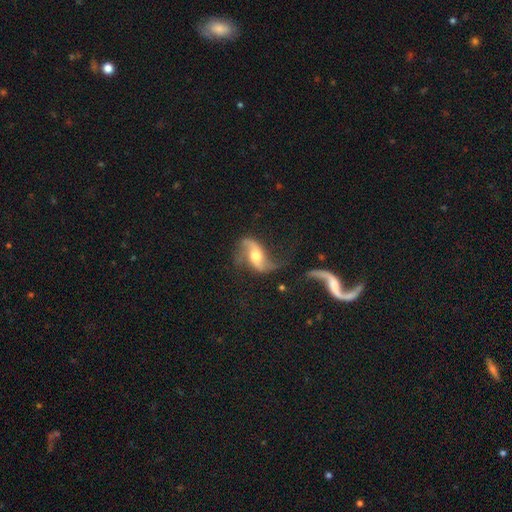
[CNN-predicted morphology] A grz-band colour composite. It shows a featured or disk galaxy (84%) with no bar (45%), 2 (92%) loose (80%) spiral arms (95%) and a moderate central bulge (66%). Merging: none (63%).